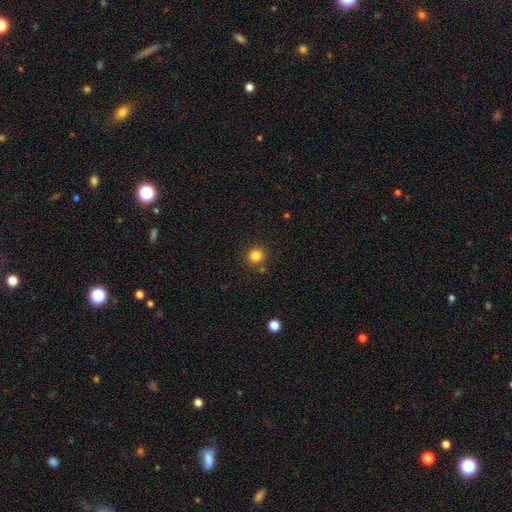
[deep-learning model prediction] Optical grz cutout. It shows a smooth galaxy with no disk features (83%) that is round (90%). Merging: none (84%).